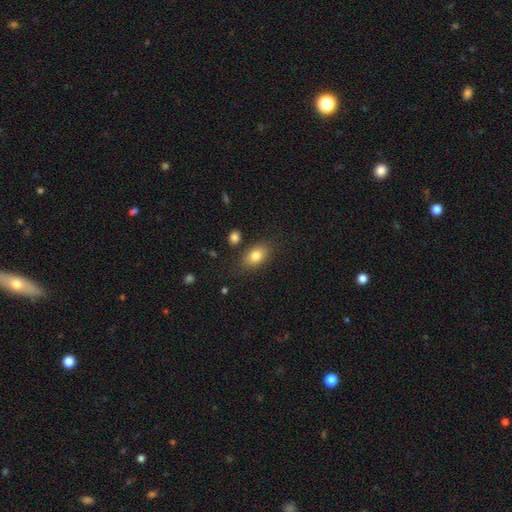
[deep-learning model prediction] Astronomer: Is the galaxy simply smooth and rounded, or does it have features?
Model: smooth — 81%.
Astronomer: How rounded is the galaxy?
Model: in between — 85%.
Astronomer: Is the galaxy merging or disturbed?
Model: none — 78%.